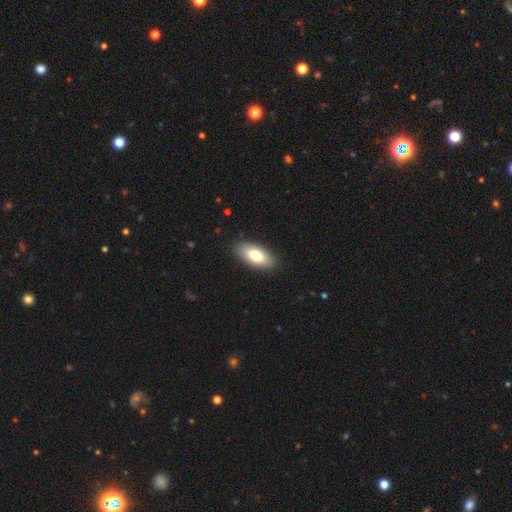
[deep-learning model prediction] Overall: smooth (77%). How rounded: in between (90%). Merging: none (88%).